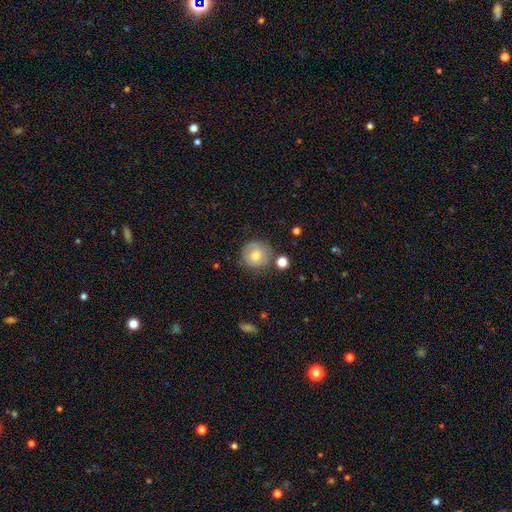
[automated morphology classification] This is likely a smooth galaxy (61%). How rounded: clearly round (90%). Merging: likely none (72%).